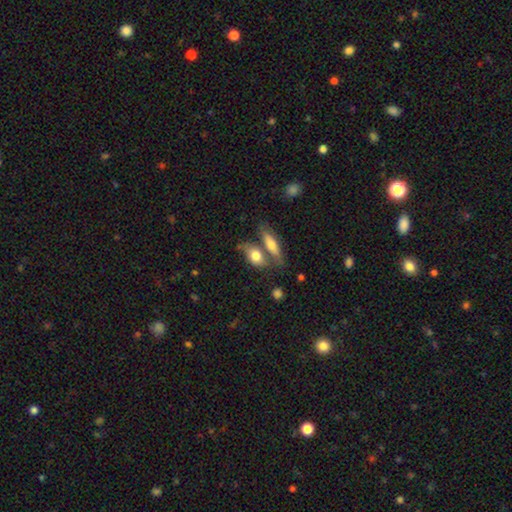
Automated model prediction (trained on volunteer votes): A smooth galaxy with no disk features (73%) that is in between round and cigar-shaped (74%). Merging: none (42%).